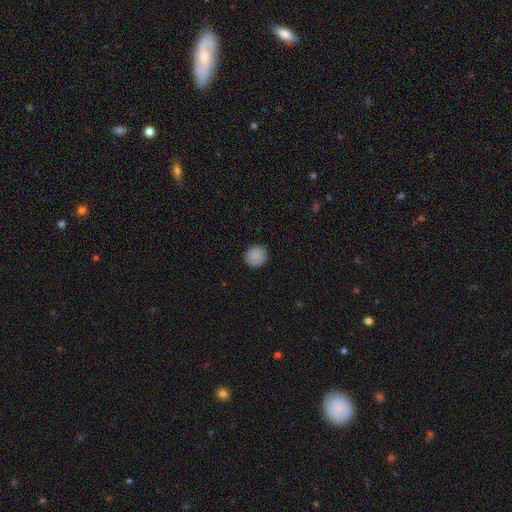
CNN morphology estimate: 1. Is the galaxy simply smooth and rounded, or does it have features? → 87% smooth, 8% star or artifact, 5% featured or disk.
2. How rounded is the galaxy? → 91% round, 8% in between, 1% cigar-shaped.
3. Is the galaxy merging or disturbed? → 91% none, 6% minor disturbance, 2% major disturbance, 1% merger.